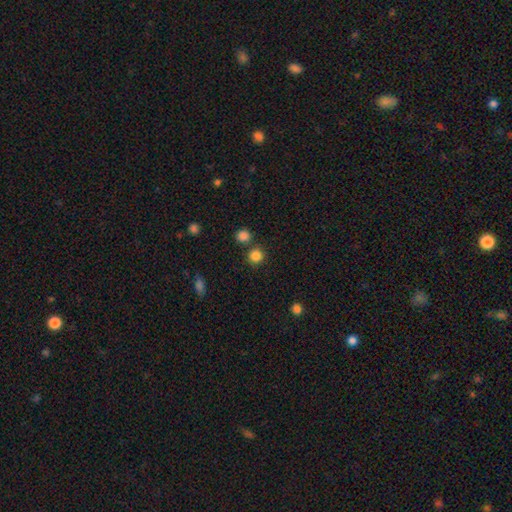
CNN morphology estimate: smooth 84%, star or artifact 12%, featured or disk 4%. Down the decision tree: how rounded — round (92%); merging — none (79%).